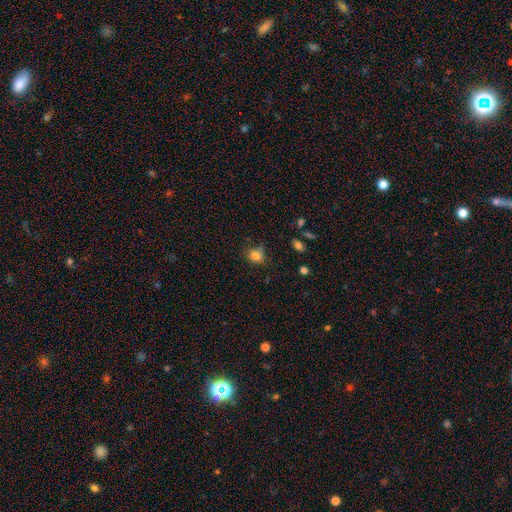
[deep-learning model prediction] Overall: smooth (81%). How rounded: round (72%). Merging: none (68%).